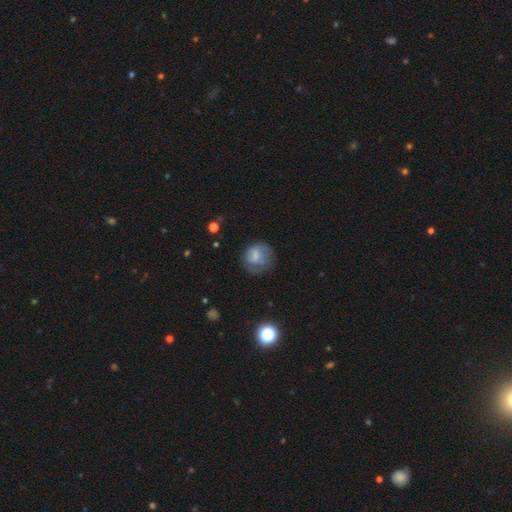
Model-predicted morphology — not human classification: Smooth or featured? Predicted: smooth (p=0.58). How rounded? Predicted: round (p=0.71). Merging? Predicted: none (p=0.53).